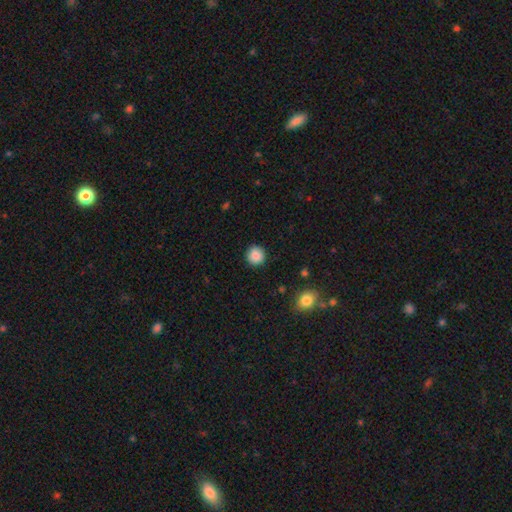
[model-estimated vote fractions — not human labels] Smooth or featured? Predicted: smooth (p=0.87). How rounded? Predicted: round (p=0.93). Merging? Predicted: none (p=0.91).